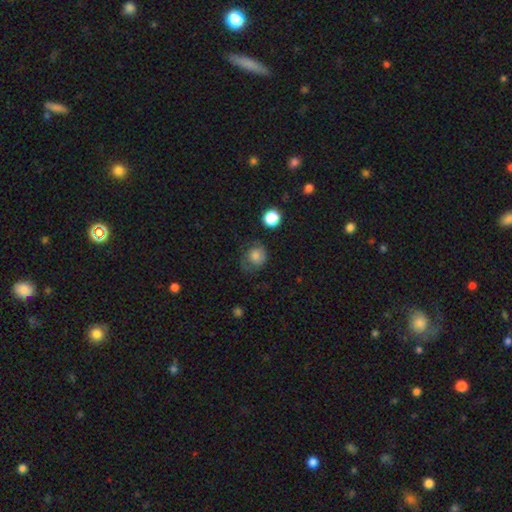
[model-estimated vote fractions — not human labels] Smooth or featured? Predicted: smooth (p=0.67). How rounded? Predicted: round (p=0.76). Merging? Predicted: none (p=0.53).